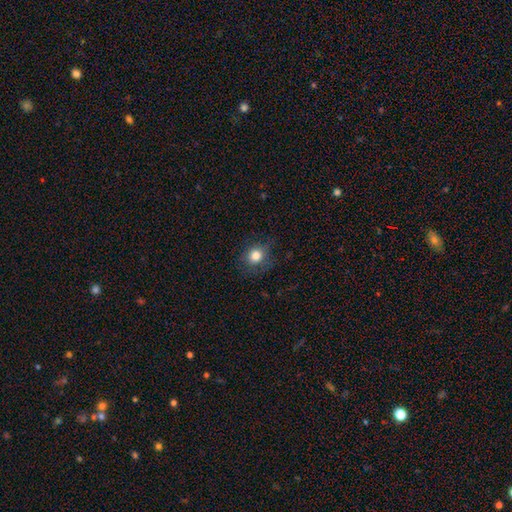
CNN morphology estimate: Q: Smooth or featured?
A: smooth (81%); runner-up: star or artifact (11%)
Q: How rounded?
A: round (79%); runner-up: in between (20%)
Q: Merging?
A: none (75%); runner-up: minor disturbance (18%)